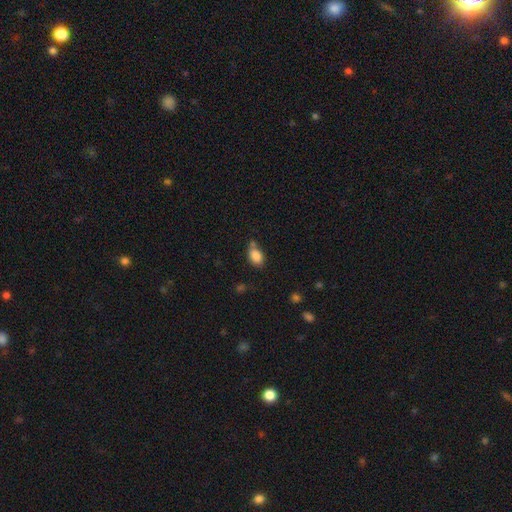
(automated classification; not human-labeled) Smooth or featured? Predicted: smooth (p=0.85). How rounded? Predicted: in between (p=0.77). Merging? Predicted: none (p=0.54).